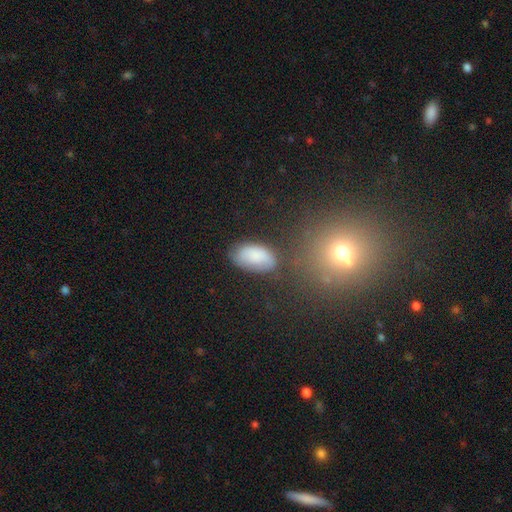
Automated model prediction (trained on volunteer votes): Smooth or featured? smooth (74%)
How rounded? in between (94%)
Merging? none (59%)